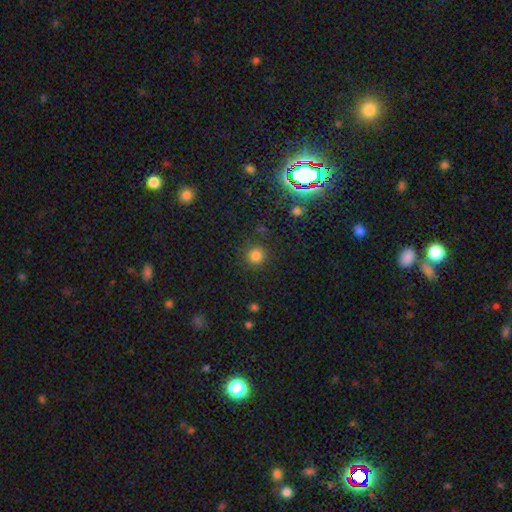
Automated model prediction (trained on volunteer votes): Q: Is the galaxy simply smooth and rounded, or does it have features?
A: smooth — 80%.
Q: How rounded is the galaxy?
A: round — 92%.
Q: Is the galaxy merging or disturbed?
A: none — 87%.